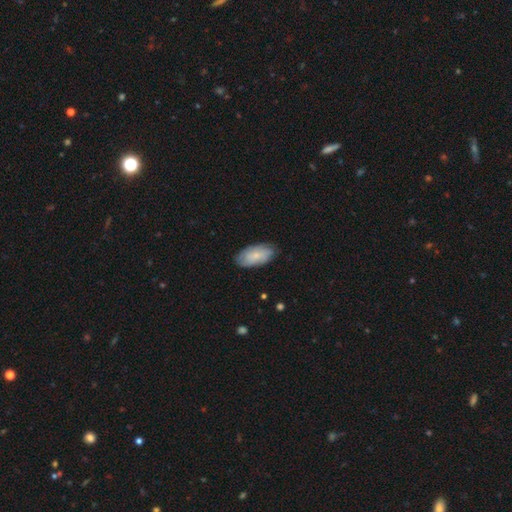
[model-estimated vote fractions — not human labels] Smooth or featured? Predicted: smooth (p=0.65). How rounded? Predicted: in between (p=0.93). Merging? Predicted: none (p=0.80).